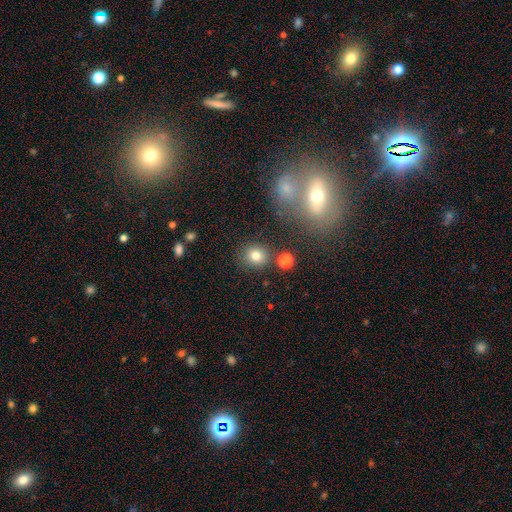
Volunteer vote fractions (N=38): Overall: smooth (87%). How rounded: round (97%). Merging: none (83%).